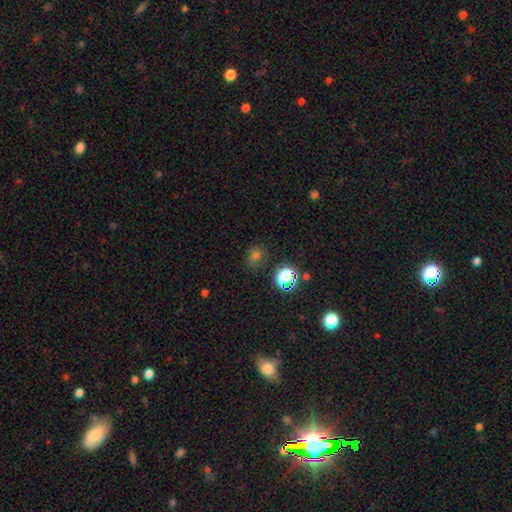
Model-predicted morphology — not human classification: smooth-or-featured: smooth: 64% | star or artifact: 29% | featured or disk: 7%
  how-rounded: round: 80% | in between: 19% | cigar-shaped: 1%
  merging: none: 79% | minor disturbance: 13% | major disturbance: 5% | merger: 3%